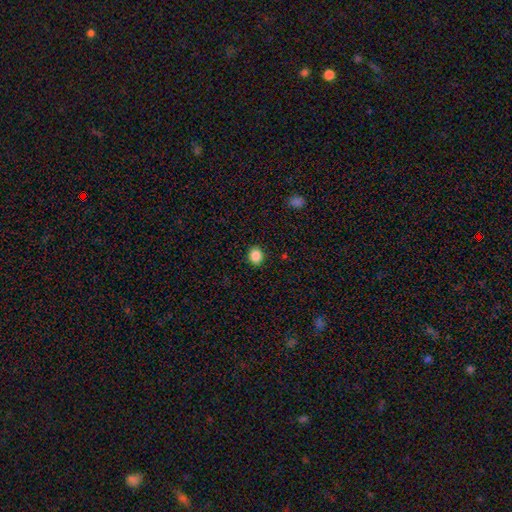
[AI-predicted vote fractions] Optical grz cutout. It shows a smooth galaxy with no disk features (87%) that is round (62%). Merging: none (91%).